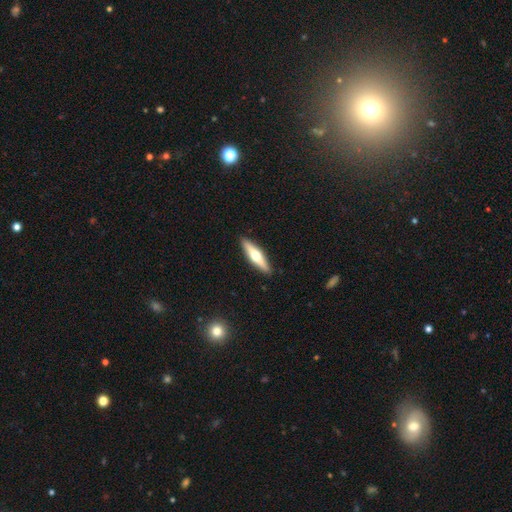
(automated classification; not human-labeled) A featured or disk galaxy (54%) viewed edge-on (93%) with a rounded central bulge (94%).

Vote fractions:
- Smooth or featured? featured or disk: 54% / smooth: 41% / star or artifact: 5%
- Edge-on disk? yes: 93% / no: 7%
- Edge-on bulge? rounded: 94% / none: 3% / boxy: 3%
- Merging? none: 91% / minor disturbance: 7% / major disturbance: 1% / merger: 1%